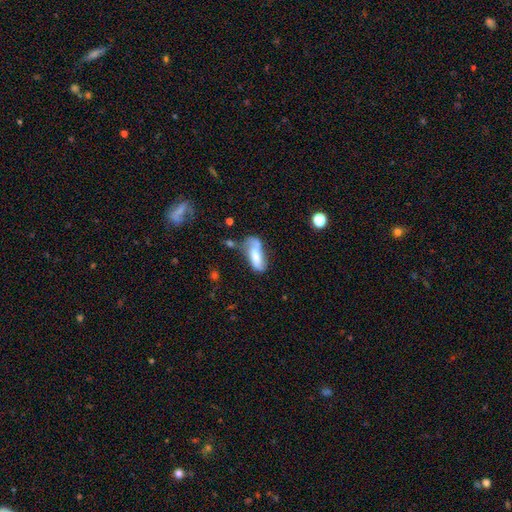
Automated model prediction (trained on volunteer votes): Smooth or featured? Predicted: smooth (p=0.57). How rounded? Predicted: in between (p=0.74). Merging? Predicted: none (p=0.32).